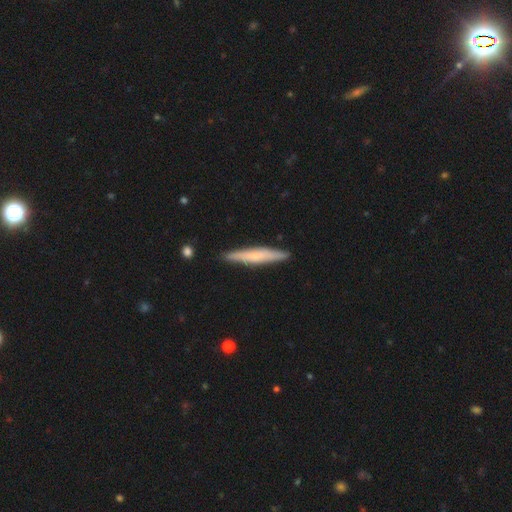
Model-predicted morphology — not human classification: This appears to be a smooth galaxy with no disk features (49%). Merging: none (89%).